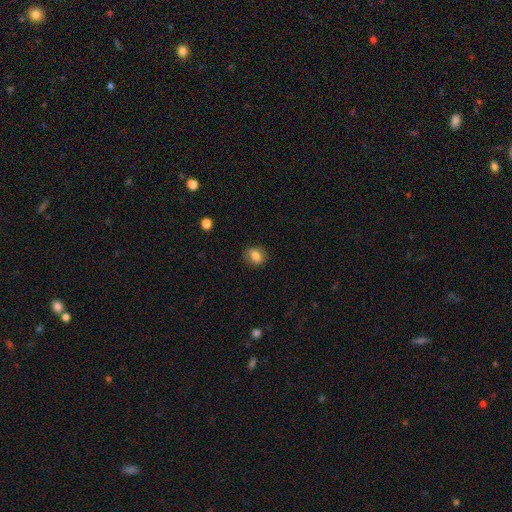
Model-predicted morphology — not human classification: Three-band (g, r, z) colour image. It shows a smooth galaxy with no disk features (83%) that is in between round and cigar-shaped (55%). Merging: none (85%).